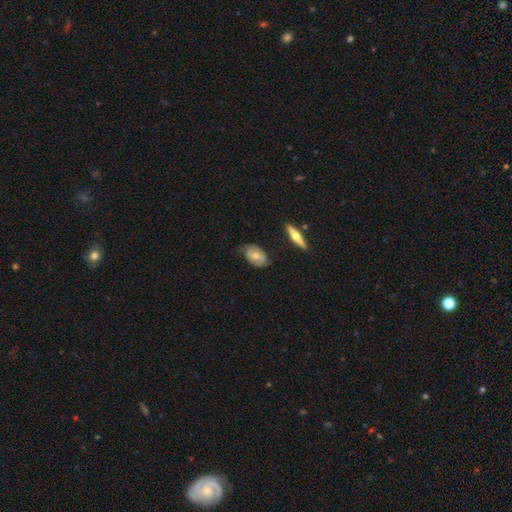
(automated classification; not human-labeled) The model was most divided on "smooth or featured": featured or disk: 49%, smooth: 45%, star or artifact: 6%. More confident: merging — none (64%).